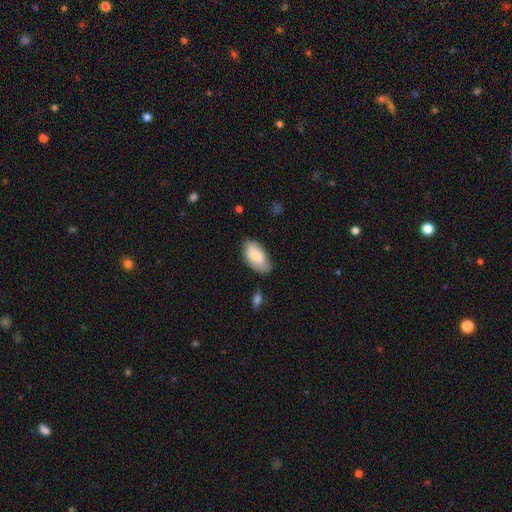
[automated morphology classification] Smooth or featured? Predicted: smooth (p=0.75). How rounded? Predicted: in between (p=0.95). Merging? Predicted: none (p=0.65).